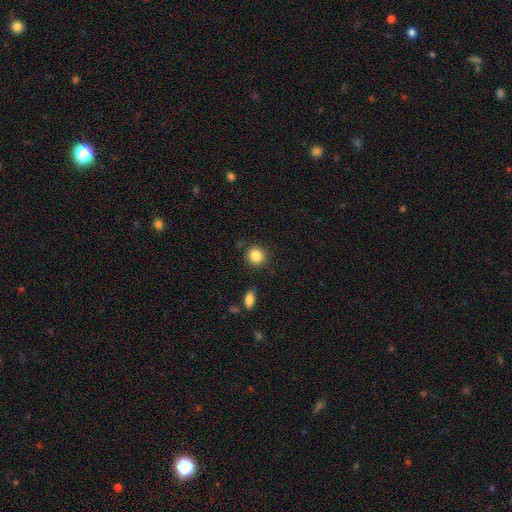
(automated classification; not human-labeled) Smooth or featured? smooth (86%)
How rounded? round (89%)
Merging? none (86%)